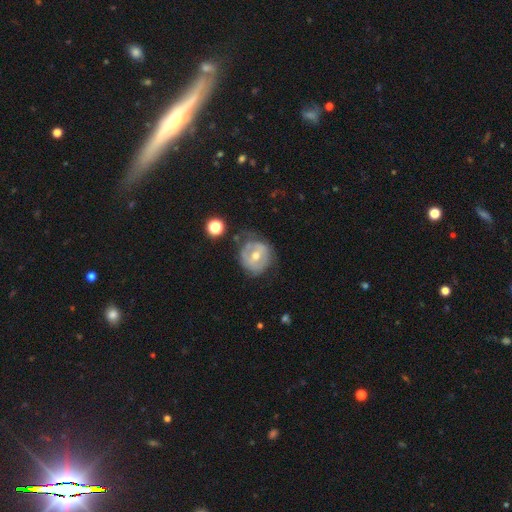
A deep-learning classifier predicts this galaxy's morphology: A featured or disk galaxy (59%) with no bar (41%), no spiral arms (57%) and a moderate central bulge (69%).

Vote fractions:
- Smooth or featured? featured or disk: 59% / smooth: 33% / star or artifact: 8%
- Edge-on disk? no: 96% / yes: 4%
- Bar? no: 41% / weak: 39% / strong: 20%
- Spiral arms? no: 57% / yes: 43%
- Bulge size? moderate: 69% / small: 26% / large: 3% / none: 1% / dominant: 1%
- Merging? none: 60% / minor disturbance: 26% / major disturbance: 12% / merger: 3%